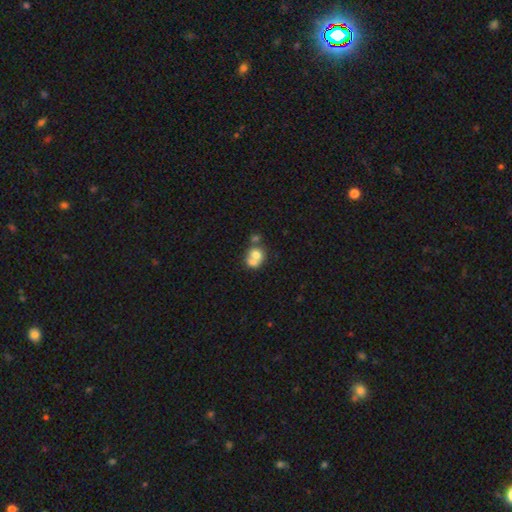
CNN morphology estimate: Smooth or featured? smooth (67%)
How rounded? round (63%)
Merging? merger (62%)